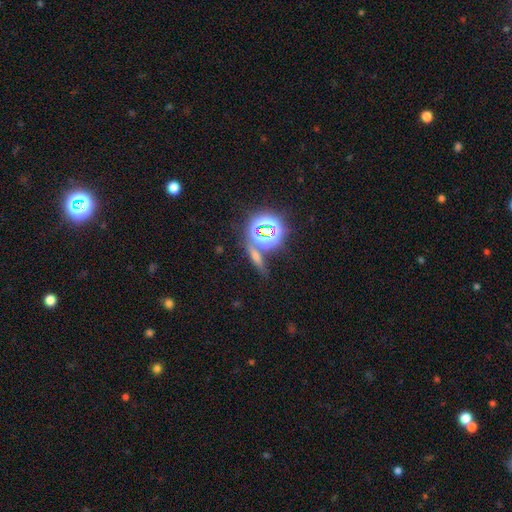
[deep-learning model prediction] Smooth or featured? star or artifact (44%)